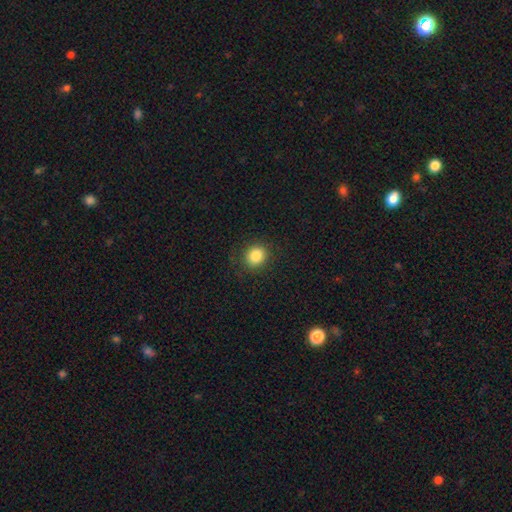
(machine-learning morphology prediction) Smooth or featured? Predicted: smooth (p=0.85). How rounded? Predicted: round (p=0.73). Merging? Predicted: none (p=0.88).